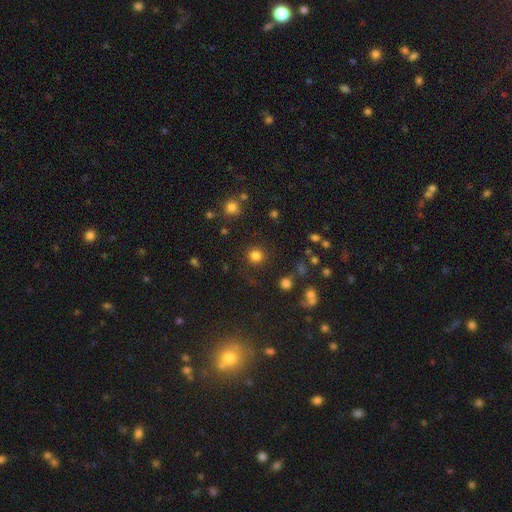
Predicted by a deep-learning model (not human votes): This appears to be a smooth galaxy with no disk features (81%) that is round (93%). Merging: none (89%).